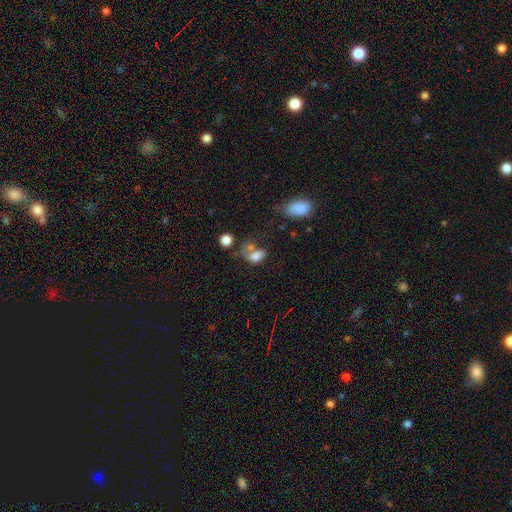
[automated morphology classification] Smooth or featured? Predicted: smooth (p=0.72). How rounded? Predicted: in between (p=0.80). Merging? Predicted: merger (p=0.36).